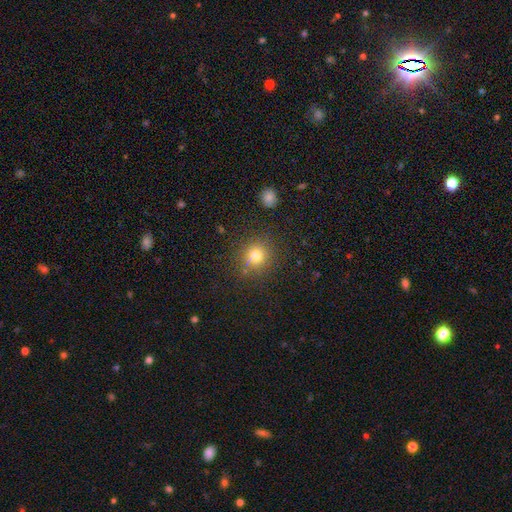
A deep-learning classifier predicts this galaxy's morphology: A smooth galaxy with no disk features (77%) that is round (90%). Merging: none (84%).